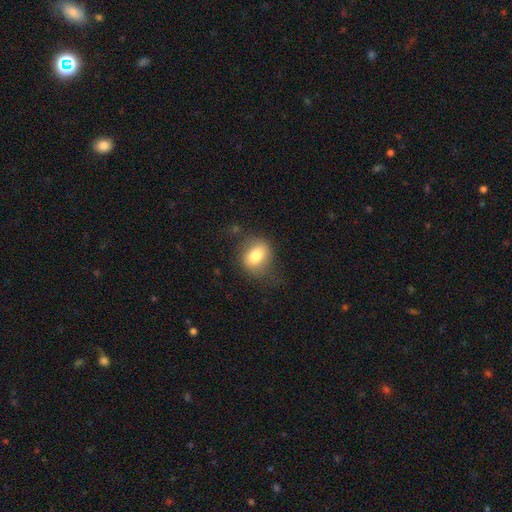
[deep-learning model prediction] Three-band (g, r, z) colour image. It shows a smooth galaxy with no disk features (75%) that is in between round and cigar-shaped (53%). Merging: none (65%).